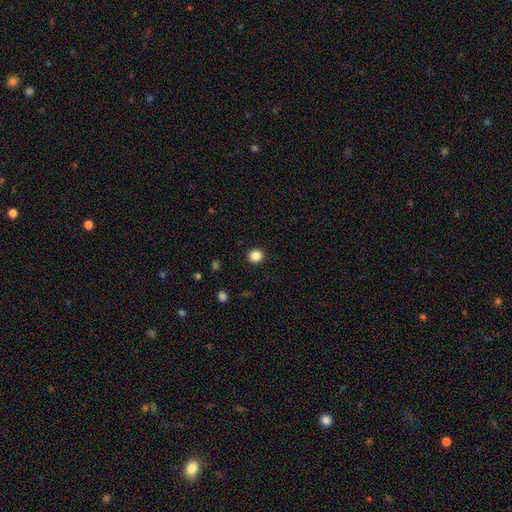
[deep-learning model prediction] Overall: smooth (86%). How rounded: round (88%). Merging: none (92%).